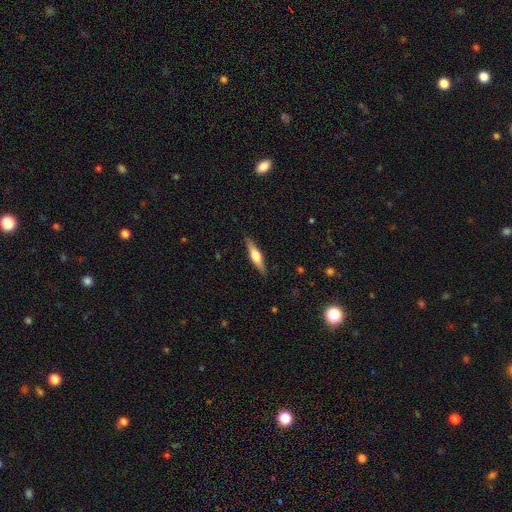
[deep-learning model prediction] featured or disk 54%, smooth 40%, star or artifact 6%. Down the decision tree: edge-on disk — yes (95%); edge-on bulge — rounded (91%); merging — none (89%).